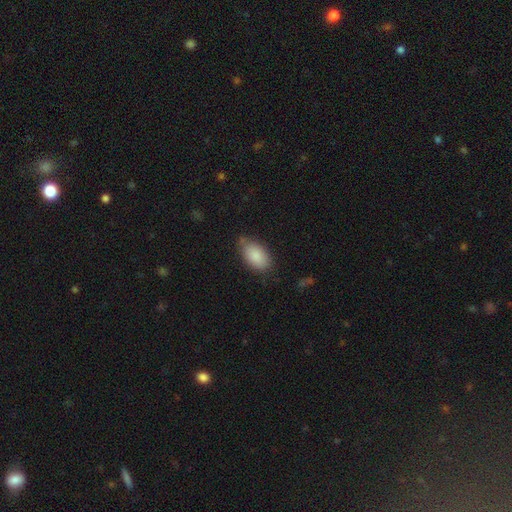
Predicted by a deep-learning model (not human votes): Smooth or featured? smooth (87%)
How rounded? in between (93%)
Merging? none (70%)